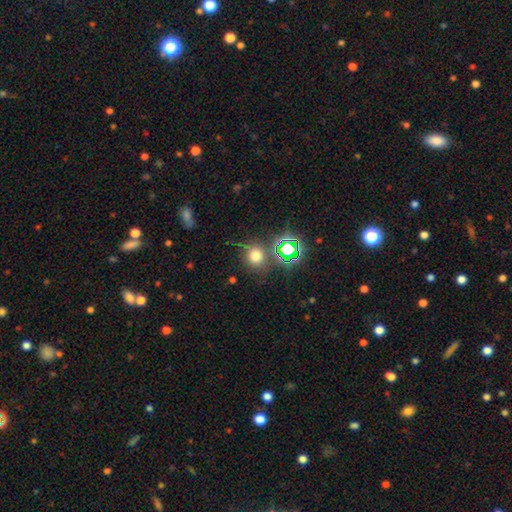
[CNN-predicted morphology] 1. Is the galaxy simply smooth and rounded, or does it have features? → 68% smooth, 24% star or artifact, 8% featured or disk.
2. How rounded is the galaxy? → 88% round, 11% in between, 1% cigar-shaped.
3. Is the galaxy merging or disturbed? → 74% none, 13% minor disturbance, 7% merger, 6% major disturbance.